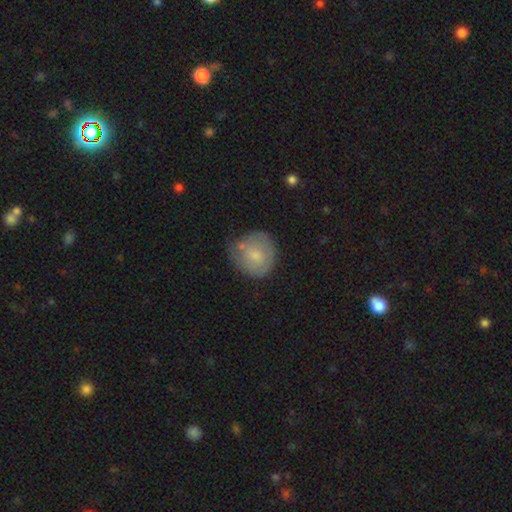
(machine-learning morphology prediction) smooth_or_featured: smooth (p=0.66) [alt: featured or disk p=0.27]
how_rounded: round (p=0.85) [alt: in between p=0.14]
merging: none (p=0.53) [alt: minor disturbance p=0.29]